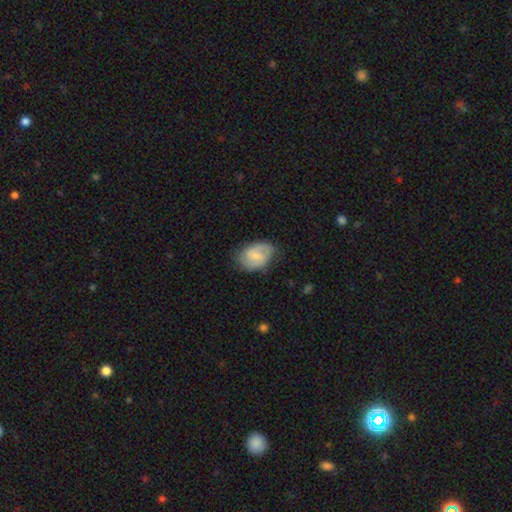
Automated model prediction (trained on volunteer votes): Smooth or featured? featured or disk (55%)
Edge-on disk? no (97%)
Bar? weak (55%)
Spiral arms? yes (88%)
Bulge size? small (55%)
Merging? none (71%)